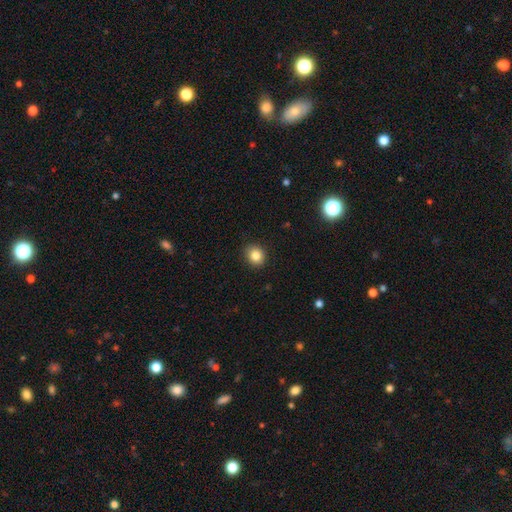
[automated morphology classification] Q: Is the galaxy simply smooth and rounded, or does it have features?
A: smooth — 84%.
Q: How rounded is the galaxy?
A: round — 77%.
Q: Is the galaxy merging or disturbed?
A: none — 91%.